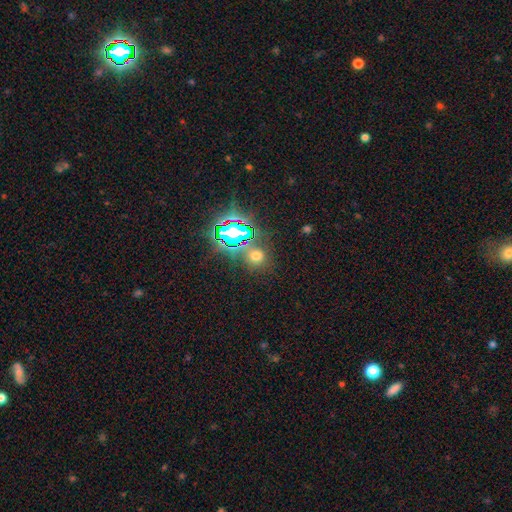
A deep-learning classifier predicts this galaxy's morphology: Smooth or featured? Predicted: smooth (p=0.50). Merging? Predicted: none (p=0.77).